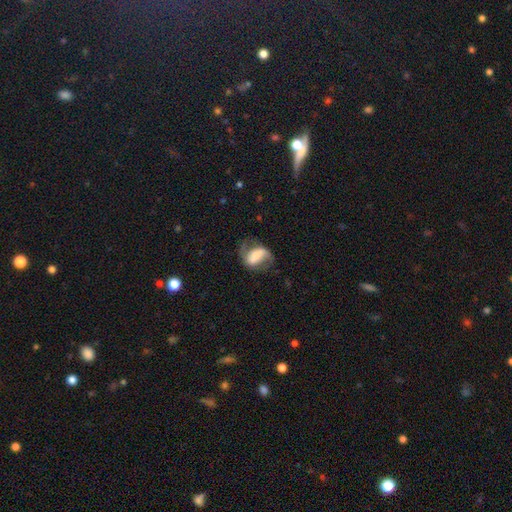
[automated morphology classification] This is likely a featured or disk galaxy (61%). It is clearly not viewed edge-on (96%). Bar: marginally strong (37%). Spiral arm pattern: clearly yes (85%). Central bulge: marginally moderate (28%, tied with small). Merging: possibly none (54%).